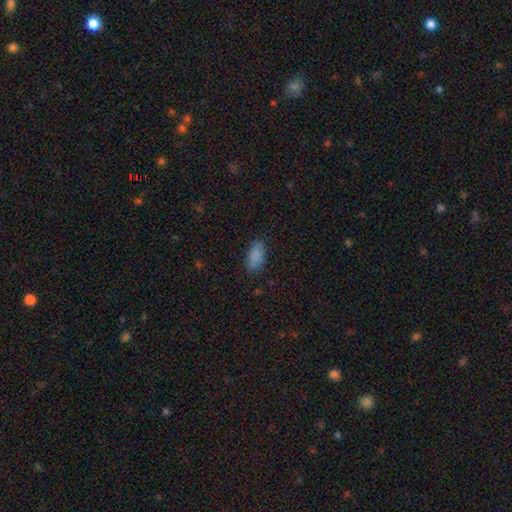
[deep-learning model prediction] smooth-or-featured: smooth: 86% | star or artifact: 9% | featured or disk: 5%
  how-rounded: in between: 92% | cigar-shaped: 4% | round: 4%
  merging: none: 82% | minor disturbance: 14% | major disturbance: 3% | merger: 1%